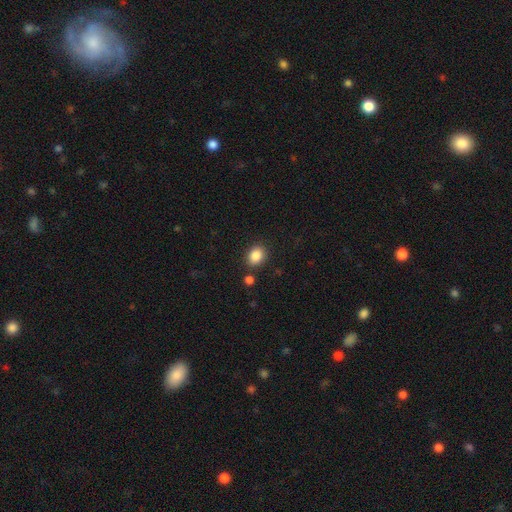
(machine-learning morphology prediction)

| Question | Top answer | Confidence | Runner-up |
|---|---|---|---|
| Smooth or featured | smooth | 86% | star or artifact (10%) |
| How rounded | in between | 54% | round (45%) |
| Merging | none | 81% | minor disturbance (10%) |